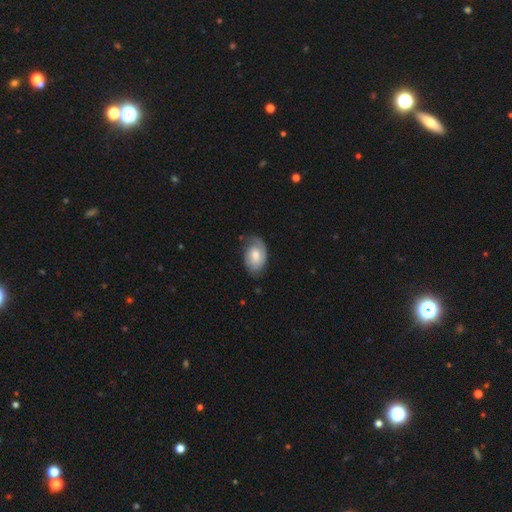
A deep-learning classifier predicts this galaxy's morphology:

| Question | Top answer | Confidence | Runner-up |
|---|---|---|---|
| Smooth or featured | featured or disk | 52% | smooth (42%) |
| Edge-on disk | no | 95% | yes (5%) |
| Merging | none | 56% | minor disturbance (29%) |